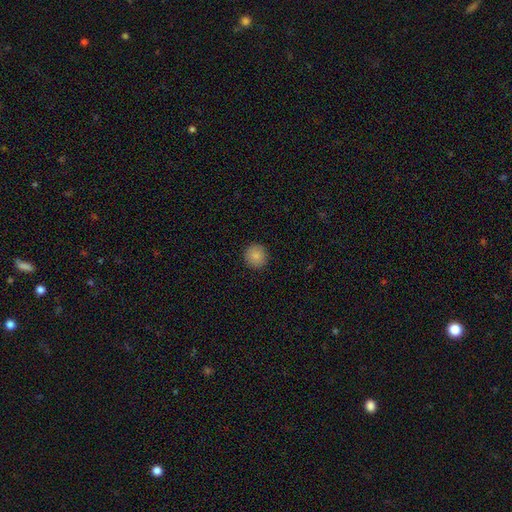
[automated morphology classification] Overall: smooth (86%). How rounded: round (94%). Merging: none (92%).